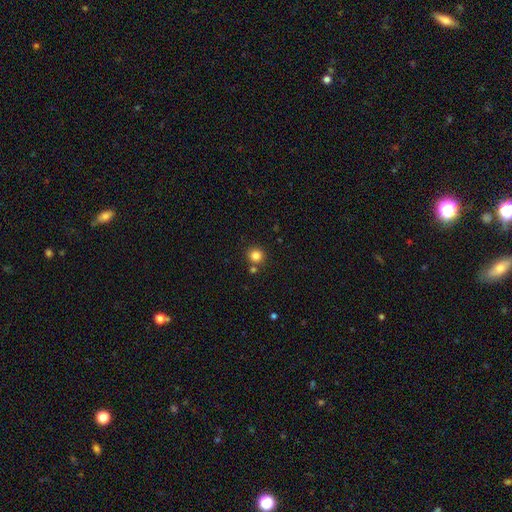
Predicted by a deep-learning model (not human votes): smooth-or-featured: smooth: 83% | star or artifact: 12% | featured or disk: 5%
  how-rounded: round: 92% | in between: 7% | cigar-shaped: 1%
  merging: none: 79% | merger: 11% | minor disturbance: 8% | major disturbance: 2%